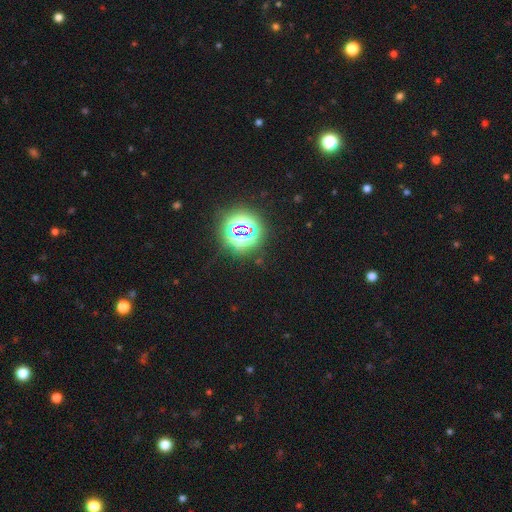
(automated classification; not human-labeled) smooth-or-featured: star or artifact: 77% | smooth: 18% | featured or disk: 6%